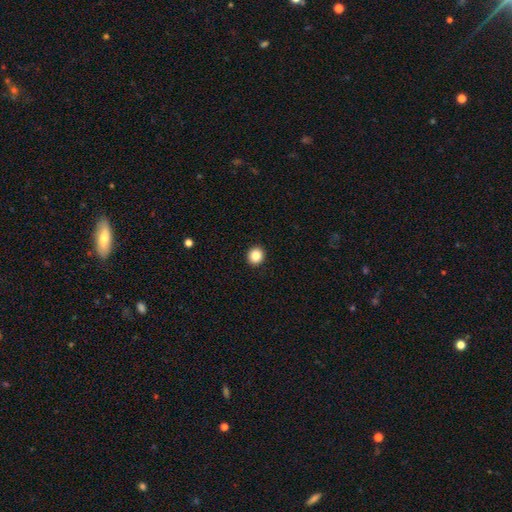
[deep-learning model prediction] Q: Smooth or featured?
A: smooth (85%); runner-up: star or artifact (10%)
Q: How rounded?
A: round (87%); runner-up: in between (13%)
Q: Merging?
A: none (93%); runner-up: minor disturbance (4%)